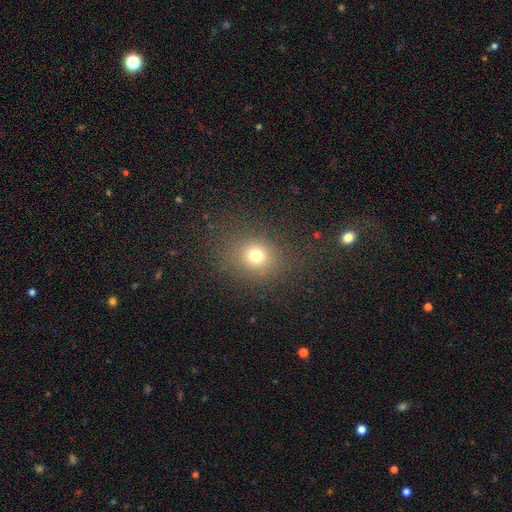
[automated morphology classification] Smooth or featured? Predicted: smooth (p=0.73). How rounded? Predicted: round (p=0.73). Merging? Predicted: none (p=0.83).